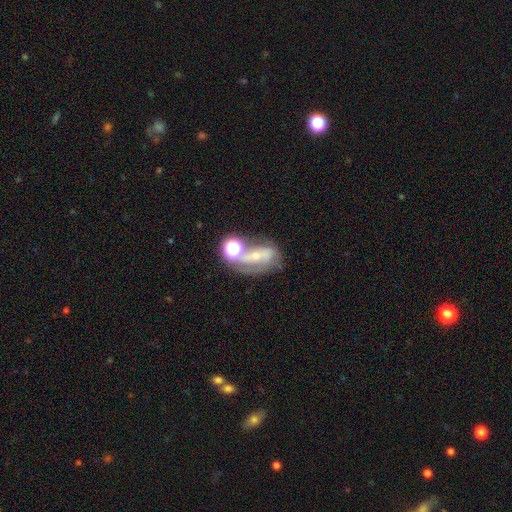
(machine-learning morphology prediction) type=featured or disk (56%); edge-on=no (94%); bar=no (42%); spiral arms=yes (71%); bulge=small (55%); merging=none (36%).